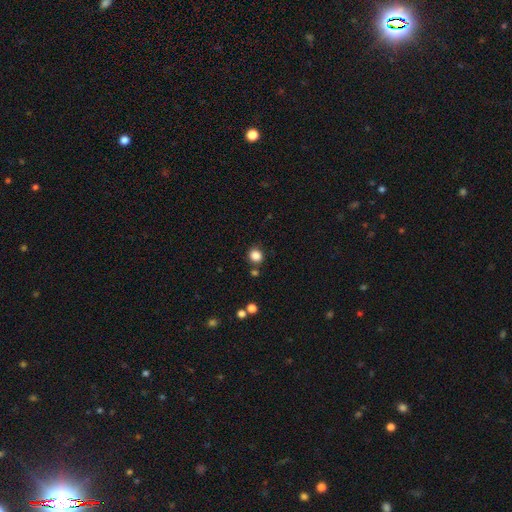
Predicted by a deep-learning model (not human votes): A smooth galaxy with no disk features (85%) that is round (83%). Merging: none (80%).